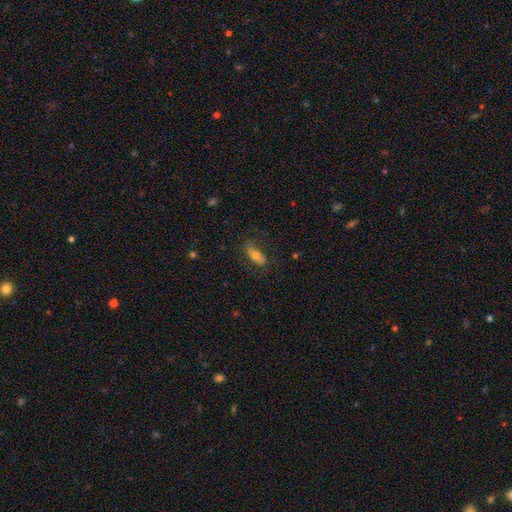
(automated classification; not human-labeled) Q: Smooth or featured?
A: smooth (63%); runner-up: featured or disk (29%)
Q: How rounded?
A: in between (71%); runner-up: cigar-shaped (25%)
Q: Merging?
A: none (69%); runner-up: minor disturbance (21%)